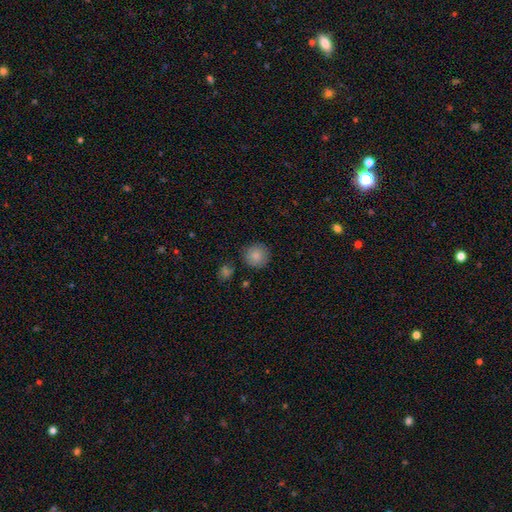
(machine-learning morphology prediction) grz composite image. It shows a smooth galaxy with no disk features (86%) that is round (93%). Merging: none (86%).